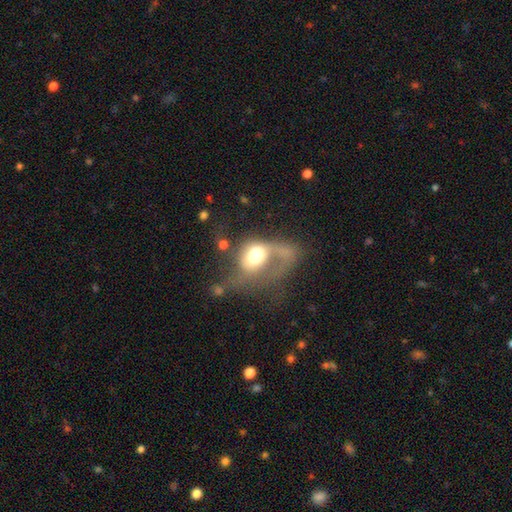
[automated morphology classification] Smooth or featured: smooth — 45% (tied with featured or disk — 45%)
Merging: major disturbance — 59% (none — 17%)